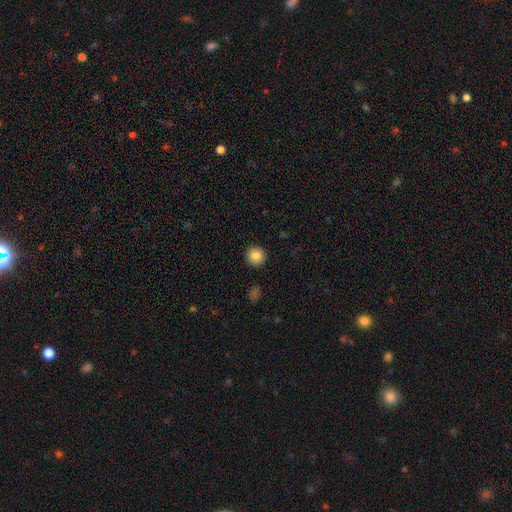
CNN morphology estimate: smooth 87%, star or artifact 9%, featured or disk 5%. Down the decision tree: how rounded — round (94%); merging — none (92%).